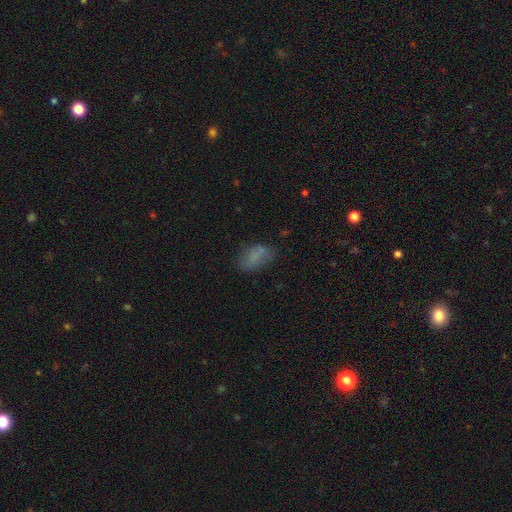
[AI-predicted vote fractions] Smooth or featured?
  - smooth: 73% *
  - featured or disk: 16%
  - star or artifact: 11%
How rounded?
  - in between: 90% *
  - round: 7%
  - cigar-shaped: 3%
Merging?
  - none: 65% *
  - minor disturbance: 23%
  - major disturbance: 9%
  - merger: 4%